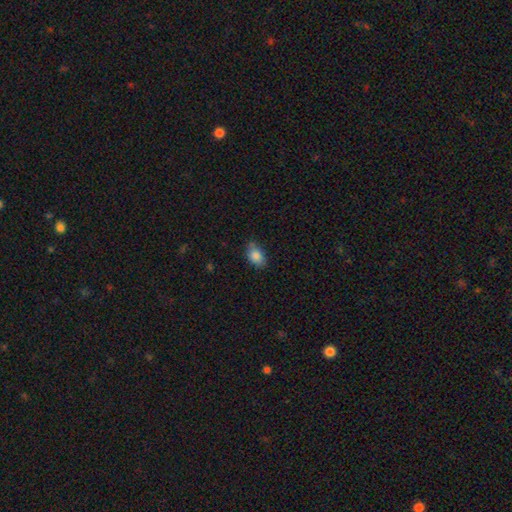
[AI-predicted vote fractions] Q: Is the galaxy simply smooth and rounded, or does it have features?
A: smooth — 85%.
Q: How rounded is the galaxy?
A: in between — 86%.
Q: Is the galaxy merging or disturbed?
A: none — 71%.